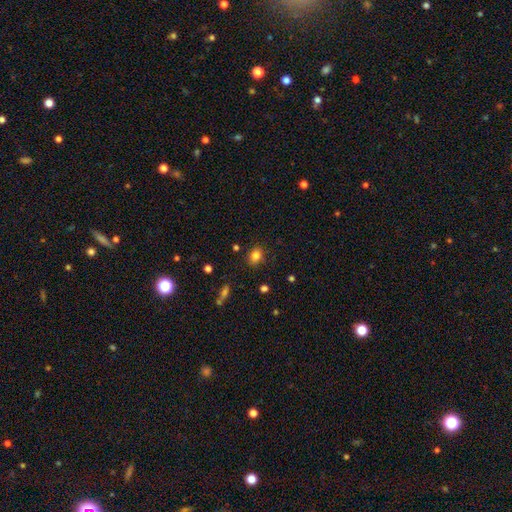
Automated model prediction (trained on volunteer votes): The model was most divided on "how rounded": in between: 51%, round: 48%, cigar-shaped: 1%. More confident: merging — none (83%); smooth or featured — smooth (82%).